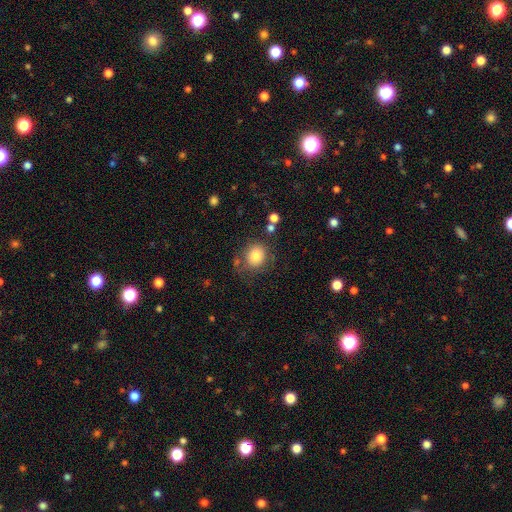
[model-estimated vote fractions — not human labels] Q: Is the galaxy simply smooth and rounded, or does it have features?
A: smooth — 82%.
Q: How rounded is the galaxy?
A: round — 78%.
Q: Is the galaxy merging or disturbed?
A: none — 72%.